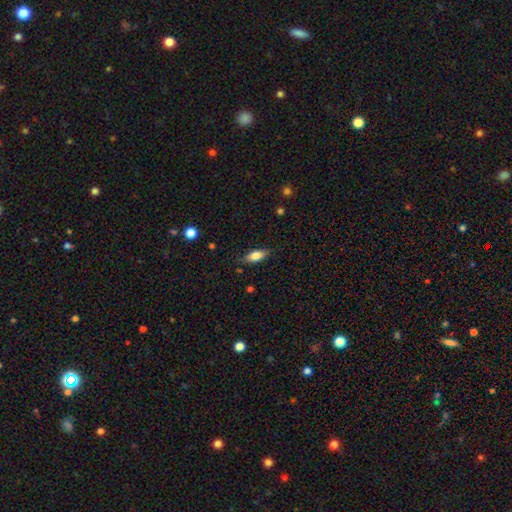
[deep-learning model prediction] A smooth galaxy with no disk features (77%) that is in between round and cigar-shaped (78%).

Vote fractions:
- Smooth or featured? smooth: 77% / featured or disk: 17% / star or artifact: 7%
- How rounded? in between: 78% / cigar-shaped: 19% / round: 3%
- Merging? none: 81% / minor disturbance: 15% / major disturbance: 3% / merger: 1%